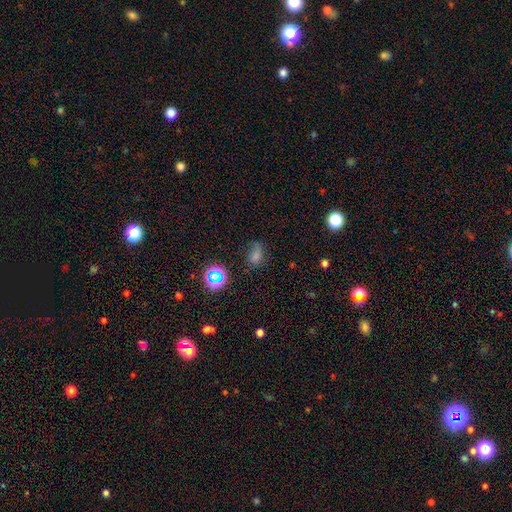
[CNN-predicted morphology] smooth-or-featured: smooth: 53% | star or artifact: 31% | featured or disk: 17%
  how-rounded: in between: 67% | round: 29% | cigar-shaped: 4%
  merging: none: 53% | minor disturbance: 27% | major disturbance: 16% | merger: 4%